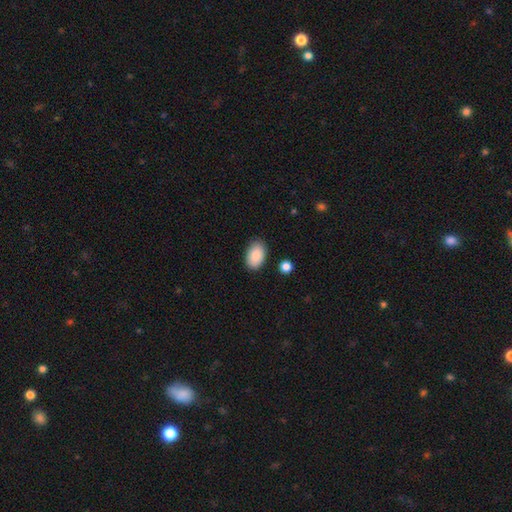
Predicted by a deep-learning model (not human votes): smooth 89%, star or artifact 6%, featured or disk 5%. Down the decision tree: how rounded — in between (93%); merging — none (86%).